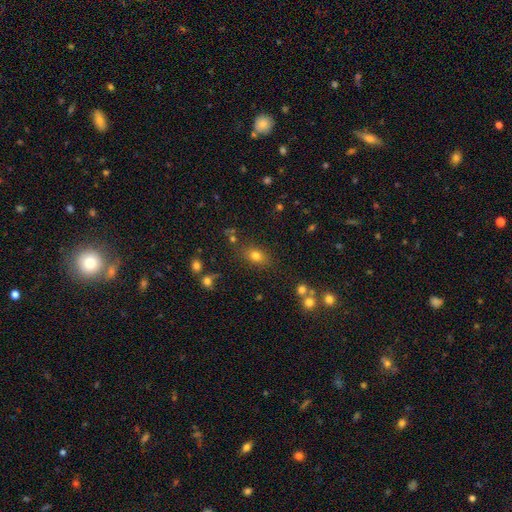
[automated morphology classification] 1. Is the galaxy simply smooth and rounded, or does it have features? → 75% smooth, 14% star or artifact, 10% featured or disk.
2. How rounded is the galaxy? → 70% in between, 27% round, 3% cigar-shaped.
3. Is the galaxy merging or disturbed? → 76% none, 13% minor disturbance, 5% merger, 5% major disturbance.